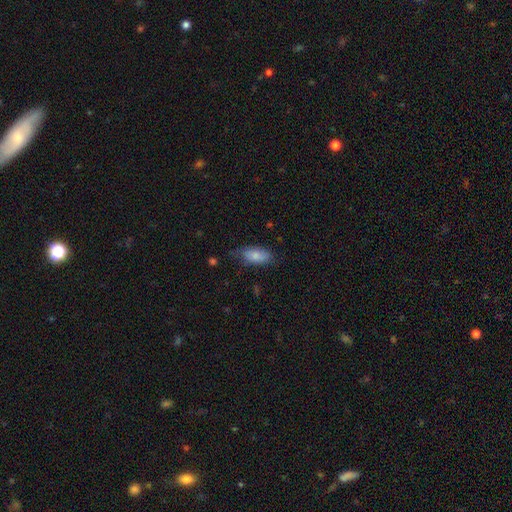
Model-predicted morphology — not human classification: A smooth galaxy with no disk features (81%) that is in between round and cigar-shaped (89%).

Vote fractions:
- Smooth or featured? smooth: 81% / featured or disk: 12% / star or artifact: 7%
- How rounded? in between: 89% / cigar-shaped: 9% / round: 3%
- Merging? none: 63% / minor disturbance: 28% / major disturbance: 7% / merger: 2%